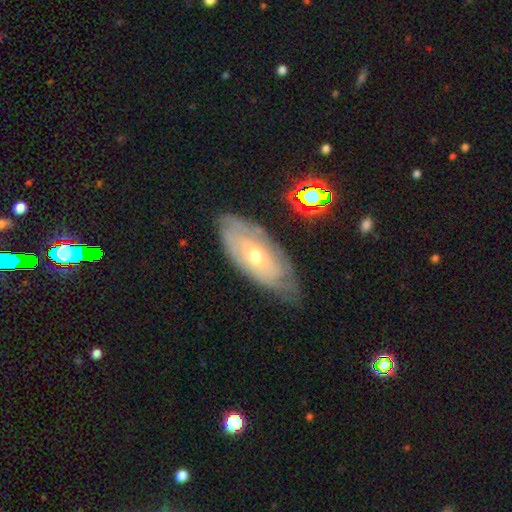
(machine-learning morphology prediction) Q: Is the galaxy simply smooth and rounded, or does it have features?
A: featured or disk — 65%.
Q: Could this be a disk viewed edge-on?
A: no — 84%.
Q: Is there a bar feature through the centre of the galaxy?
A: no — 79%.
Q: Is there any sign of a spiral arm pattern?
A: yes — 68%.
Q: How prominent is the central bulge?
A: small — 51%.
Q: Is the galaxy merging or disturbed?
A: none — 68%.